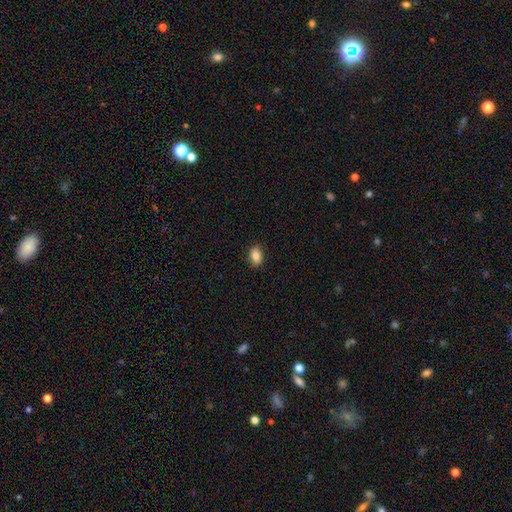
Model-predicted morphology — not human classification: smooth-or-featured: smooth: 87% | star or artifact: 8% | featured or disk: 5%
  how-rounded: in between: 83% | round: 15% | cigar-shaped: 1%
  merging: none: 89% | minor disturbance: 8% | major disturbance: 2% | merger: 1%